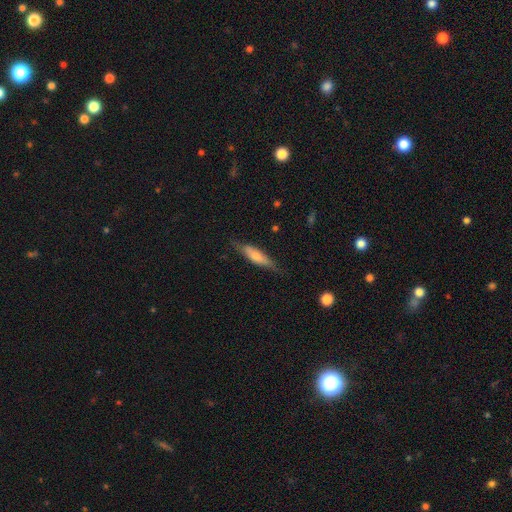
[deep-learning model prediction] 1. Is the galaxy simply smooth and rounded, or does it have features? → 59% smooth, 35% featured or disk, 6% star or artifact.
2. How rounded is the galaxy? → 74% cigar-shaped, 24% in between, 2% round.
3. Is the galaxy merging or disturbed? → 77% none, 18% minor disturbance, 4% major disturbance, 1% merger.